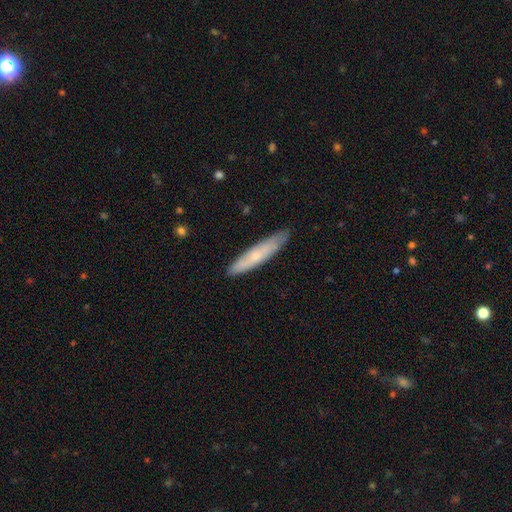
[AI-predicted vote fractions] A smooth galaxy with no disk features (57%) that is cigar-shaped (86%). Merging: none (83%).